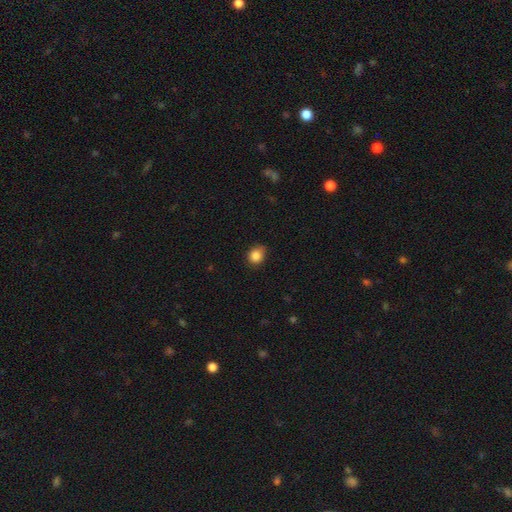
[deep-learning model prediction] This appears to be a smooth galaxy with no disk features (86%) that is round (74%). Merging: none (75%).